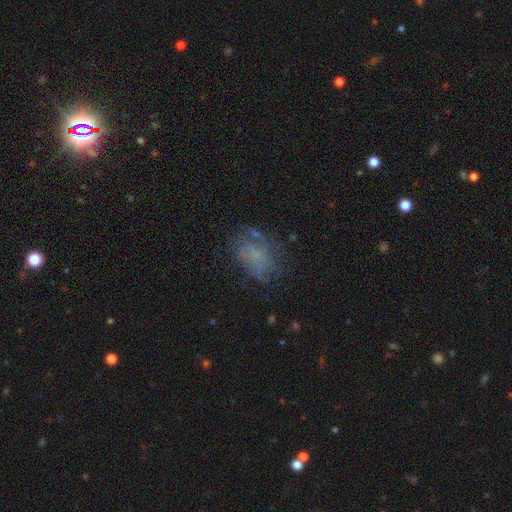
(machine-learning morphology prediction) This is possibly a smooth galaxy (46%). Merging: possibly none (56%).